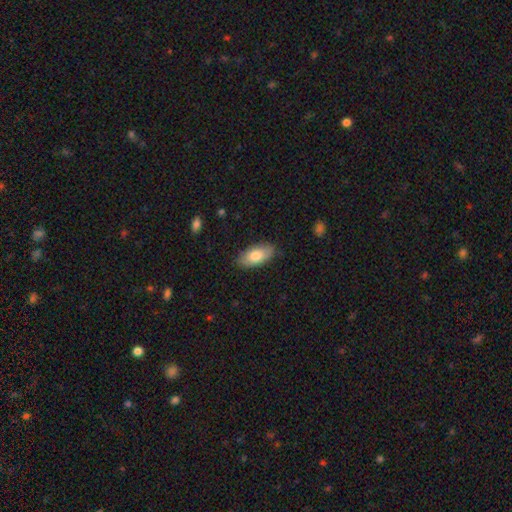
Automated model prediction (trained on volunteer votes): smooth_or_featured: smooth (p=0.79) [alt: featured or disk p=0.16]
how_rounded: in between (p=0.89) [alt: cigar-shaped p=0.08]
merging: none (p=0.84) [alt: minor disturbance p=0.12]